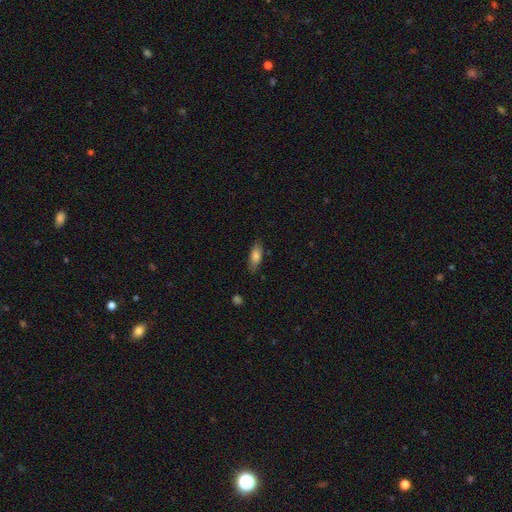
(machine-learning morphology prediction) Smooth or featured? smooth (78%)
How rounded? in between (67%)
Merging? none (82%)